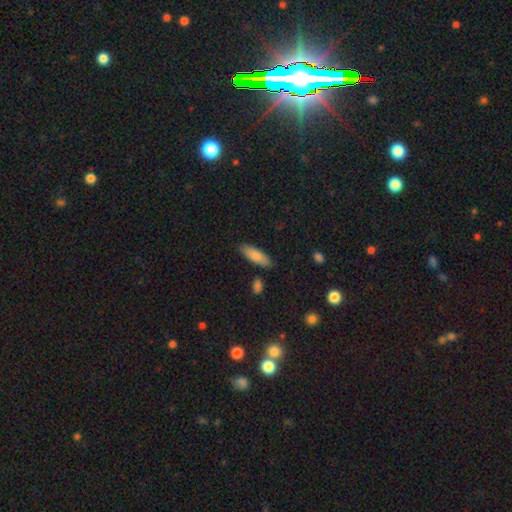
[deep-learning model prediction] Smooth or featured?
  - smooth: 82% *
  - featured or disk: 12%
  - star or artifact: 6%
How rounded?
  - in between: 58% *
  - cigar-shaped: 40%
  - round: 2%
Merging?
  - none: 84% *
  - minor disturbance: 10%
  - merger: 3%
  - major disturbance: 2%